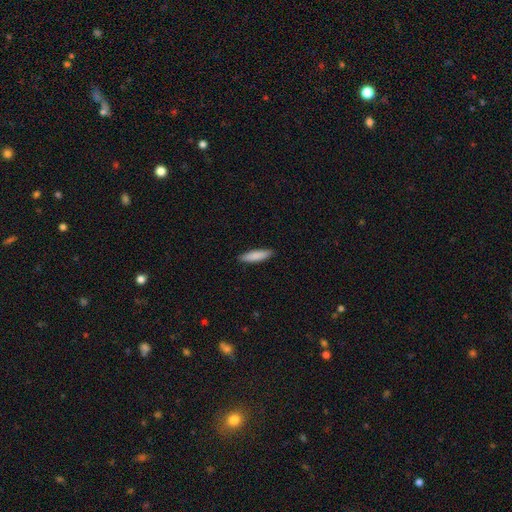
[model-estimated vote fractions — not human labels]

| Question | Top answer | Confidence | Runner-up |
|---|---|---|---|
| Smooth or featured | smooth | 87% | featured or disk (8%) |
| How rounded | cigar-shaped | 72% | in between (27%) |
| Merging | none | 90% | minor disturbance (8%) |